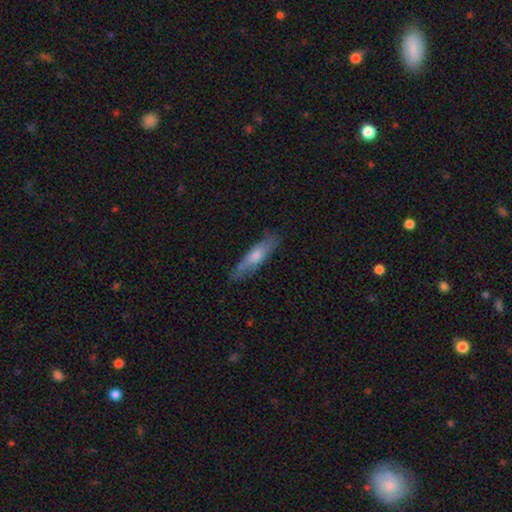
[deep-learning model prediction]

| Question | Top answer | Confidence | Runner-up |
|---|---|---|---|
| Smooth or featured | smooth | 55% | featured or disk (39%) |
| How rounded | cigar-shaped | 76% | in between (22%) |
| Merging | none | 76% | minor disturbance (18%) |